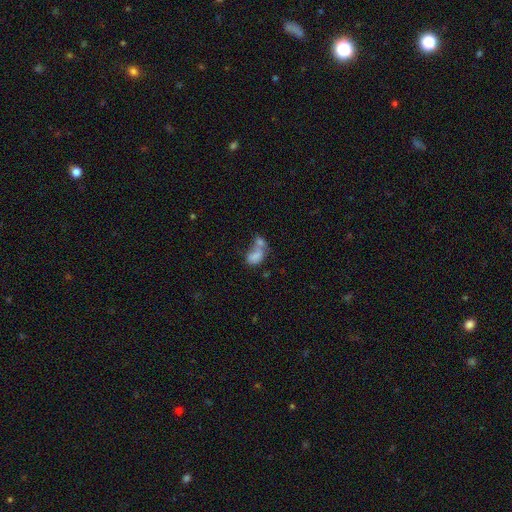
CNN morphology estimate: smooth-or-featured: smooth: 73% | featured or disk: 17% | star or artifact: 10%
  how-rounded: in between: 83% | round: 15% | cigar-shaped: 2%
  merging: merger: 68% | none: 15% | major disturbance: 9% | minor disturbance: 8%